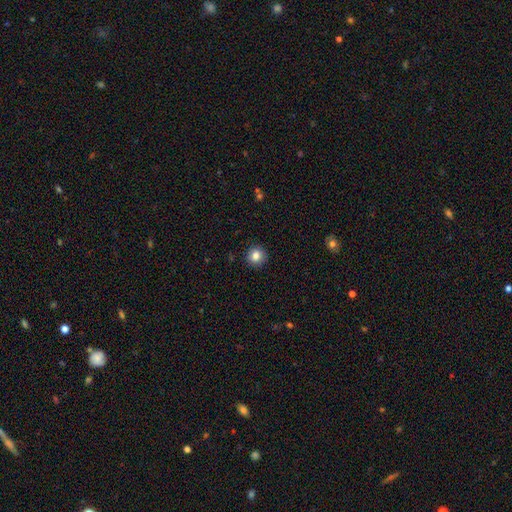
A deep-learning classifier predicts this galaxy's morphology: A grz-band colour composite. It shows a smooth galaxy with no disk features (83%) that is round (92%). Merging: none (91%).